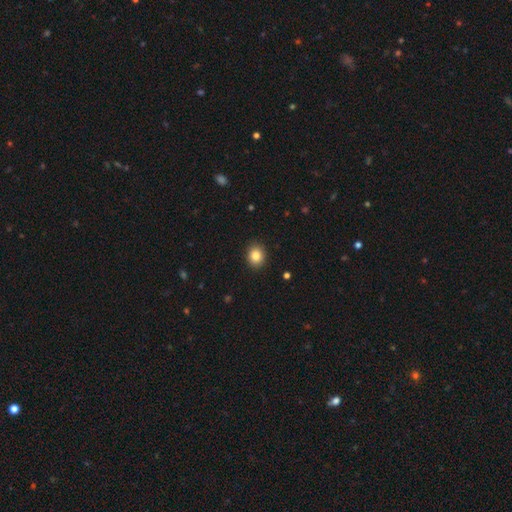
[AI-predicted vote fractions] A smooth galaxy with no disk features (84%) that is round (62%). Merging: none (90%).